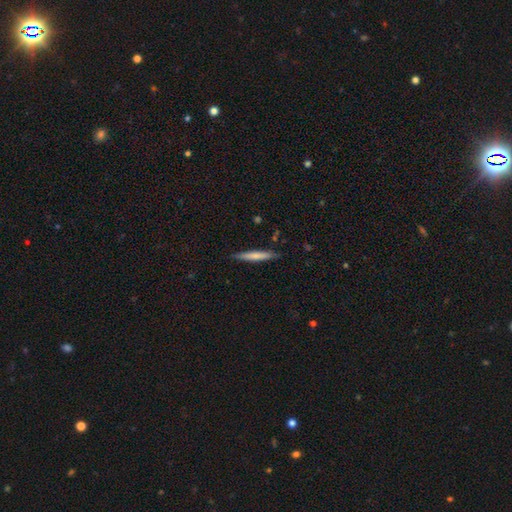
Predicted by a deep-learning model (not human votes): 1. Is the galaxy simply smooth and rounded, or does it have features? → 64% smooth, 30% featured or disk, 6% star or artifact.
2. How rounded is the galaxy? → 94% cigar-shaped, 4% in between, 1% round.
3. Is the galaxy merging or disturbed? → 87% none, 10% minor disturbance, 2% major disturbance, 1% merger.